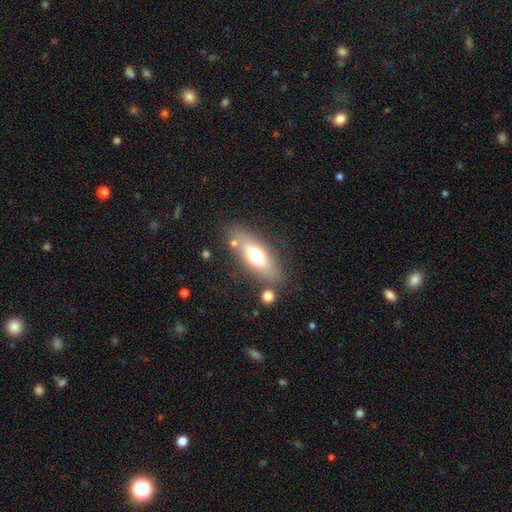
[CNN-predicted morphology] A smooth galaxy with no disk features (60%) that is in between round and cigar-shaped (66%).

Vote fractions:
- Smooth or featured? smooth: 60% / featured or disk: 31% / star or artifact: 9%
- How rounded? in between: 66% / cigar-shaped: 29% / round: 5%
- Merging? none: 77% / minor disturbance: 12% / merger: 7% / major disturbance: 4%